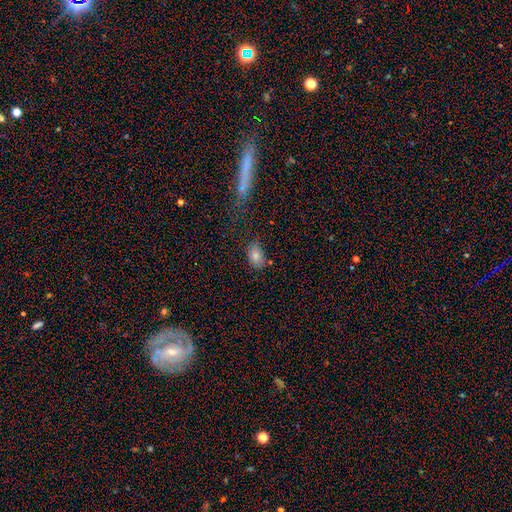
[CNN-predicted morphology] smooth 80%, star or artifact 11%, featured or disk 9%. Down the decision tree: how rounded — in between (83%); merging — none (65%).